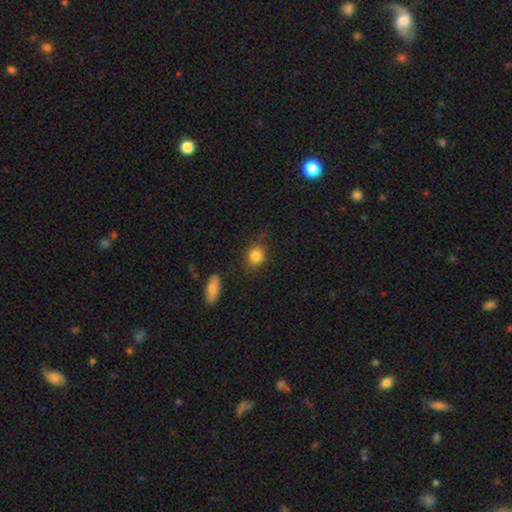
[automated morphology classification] Smooth or featured?
  - smooth: 85% *
  - star or artifact: 9%
  - featured or disk: 6%
How rounded?
  - round: 59% *
  - in between: 40%
  - cigar-shaped: 2%
Merging?
  - none: 79% *
  - minor disturbance: 14%
  - major disturbance: 4%
  - merger: 3%